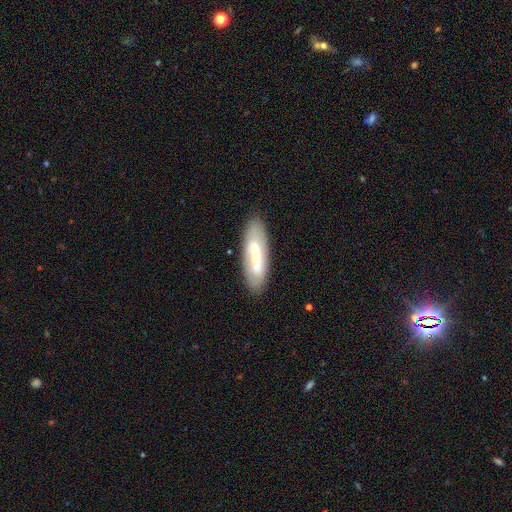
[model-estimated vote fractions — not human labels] Q: Smooth or featured?
A: smooth (47%); runner-up: featured or disk (46%)
Q: Merging?
A: none (79%); runner-up: minor disturbance (14%)